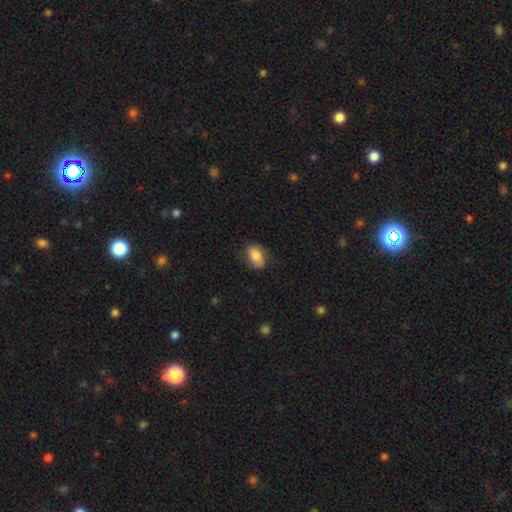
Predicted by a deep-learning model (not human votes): smooth-or-featured: smooth: 83% | featured or disk: 10% | star or artifact: 7%
  how-rounded: in between: 84% | round: 14% | cigar-shaped: 2%
  merging: none: 77% | minor disturbance: 18% | major disturbance: 4% | merger: 1%